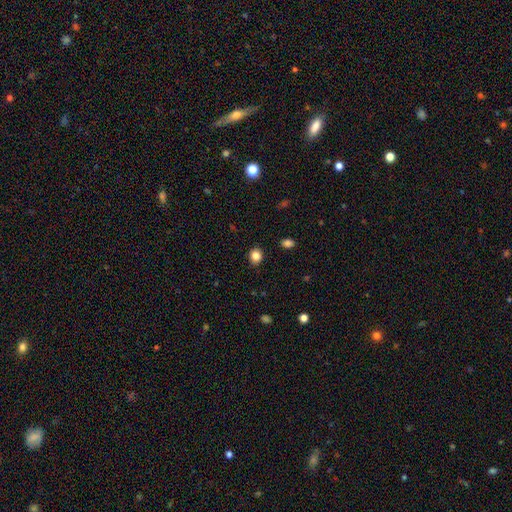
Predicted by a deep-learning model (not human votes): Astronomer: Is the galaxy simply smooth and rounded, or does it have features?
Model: smooth — 84%.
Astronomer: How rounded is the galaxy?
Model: round — 70%.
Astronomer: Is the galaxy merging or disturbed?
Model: none — 89%.